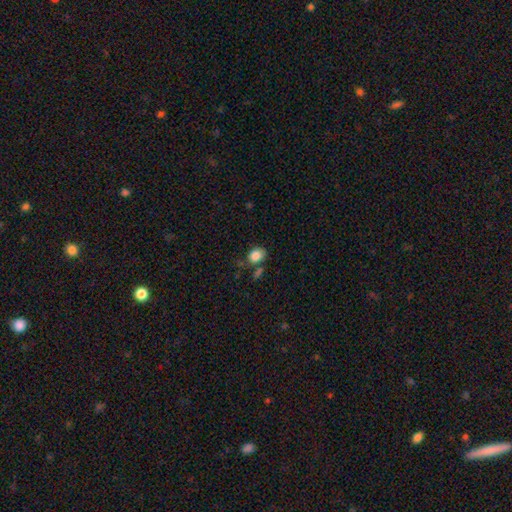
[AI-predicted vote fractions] Overall: smooth (85%). How rounded: in between (54%; round 45%). Merging: none (62%).